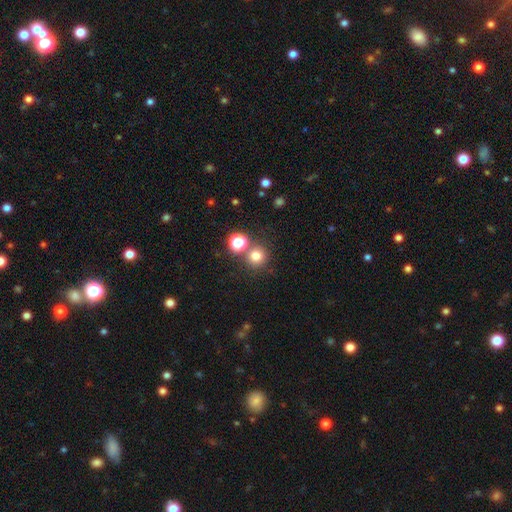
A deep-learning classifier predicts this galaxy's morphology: Smooth or featured: smooth — 75% (star or artifact — 18%)
How rounded: round — 92% (in between — 7%)
Merging: none — 73% (merger — 16%)